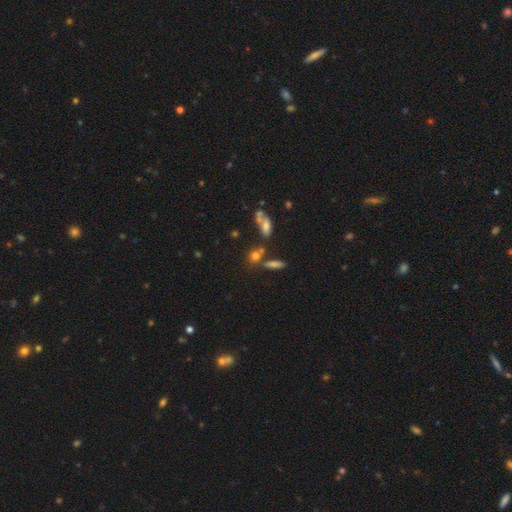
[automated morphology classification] This is likely a smooth galaxy (71%). How rounded: marginally in between (43%, tied with round). Merging: possibly none (54%).